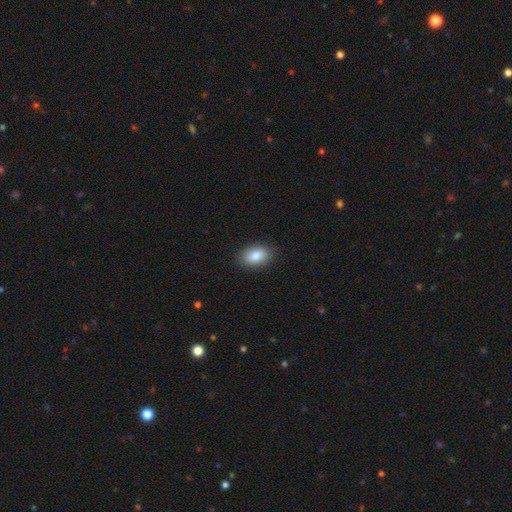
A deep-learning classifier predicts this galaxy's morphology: Smooth or featured: smooth — 83% (featured or disk — 9%)
How rounded: in between — 87% (round — 11%)
Merging: none — 88% (minor disturbance — 9%)